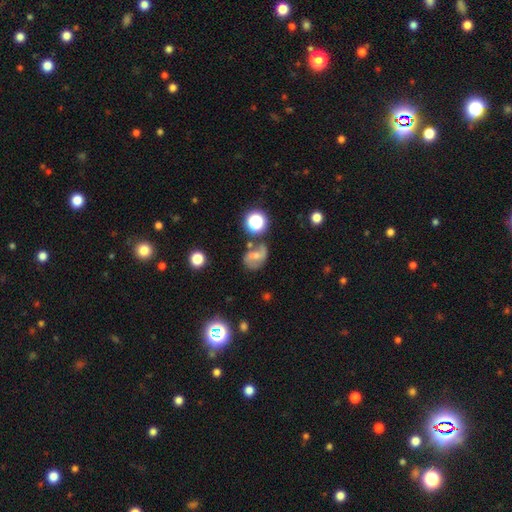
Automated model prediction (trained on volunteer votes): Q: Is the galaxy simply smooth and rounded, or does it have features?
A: featured or disk — 57%.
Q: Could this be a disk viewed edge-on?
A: no — 97%.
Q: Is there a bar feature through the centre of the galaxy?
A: weak — 43%.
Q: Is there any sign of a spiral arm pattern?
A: yes — 84%.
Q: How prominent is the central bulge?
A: small — 55%.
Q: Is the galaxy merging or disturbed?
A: none — 54%.